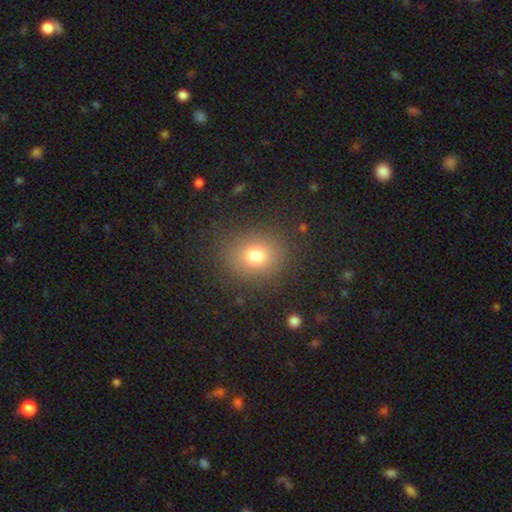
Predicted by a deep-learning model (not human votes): The model was most divided on "how rounded": round: 79%, in between: 20%, cigar-shaped: 1%. More confident: merging — none (86%); smooth or featured — smooth (75%).